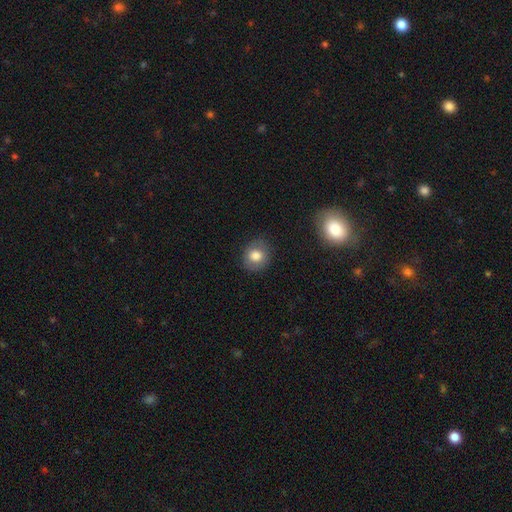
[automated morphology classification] smooth_or_featured: smooth (p=0.78) [alt: featured or disk p=0.12]
how_rounded: round (p=0.80) [alt: in between p=0.19]
merging: none (p=0.84) [alt: minor disturbance p=0.11]